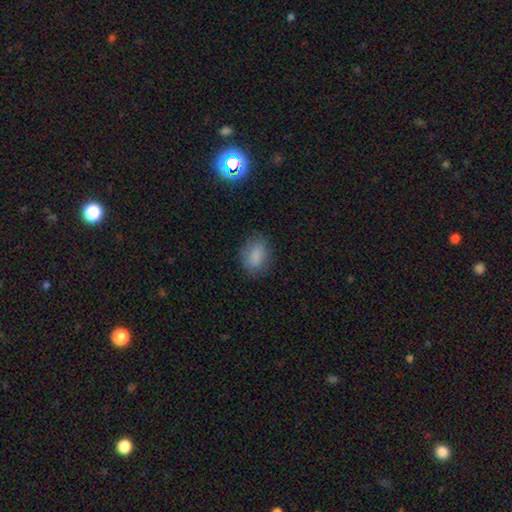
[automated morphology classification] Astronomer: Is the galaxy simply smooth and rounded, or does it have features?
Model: smooth — 82%.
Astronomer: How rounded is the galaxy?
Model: in between — 75%.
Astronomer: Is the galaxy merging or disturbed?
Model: none — 77%.